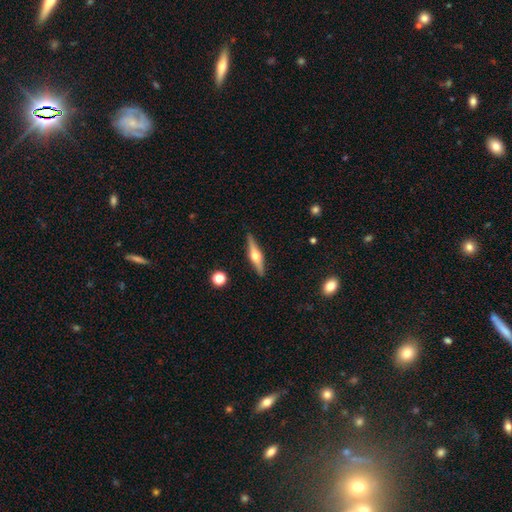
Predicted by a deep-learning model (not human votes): Smooth or featured: featured or disk — 69% (smooth — 26%)
Edge-on disk: yes — 97% (no — 3%)
Edge-on bulge: rounded — 95% (boxy — 3%)
Merging: none — 90% (minor disturbance — 7%)